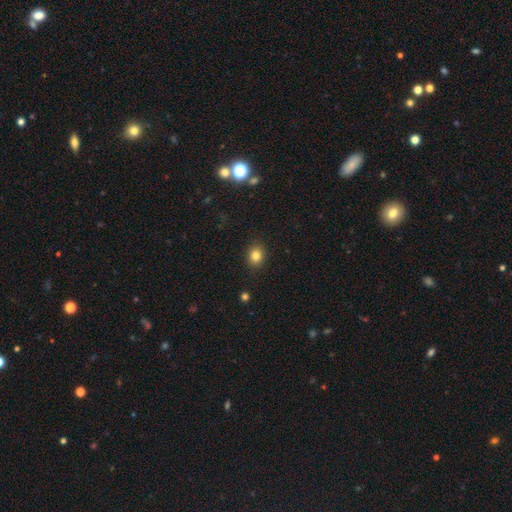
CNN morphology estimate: Smooth or featured?
  - smooth: 83% *
  - star or artifact: 12%
  - featured or disk: 6%
How rounded?
  - round: 56% *
  - in between: 43%
  - cigar-shaped: 1%
Merging?
  - none: 89% *
  - minor disturbance: 8%
  - major disturbance: 2%
  - merger: 1%